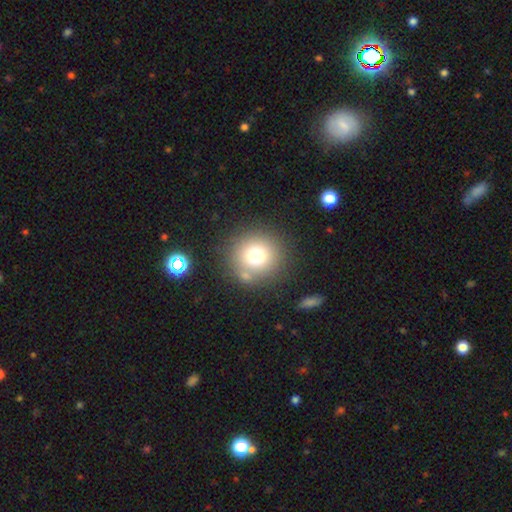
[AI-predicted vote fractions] Overall: smooth (74%). How rounded: round (93%). Merging: none (80%).